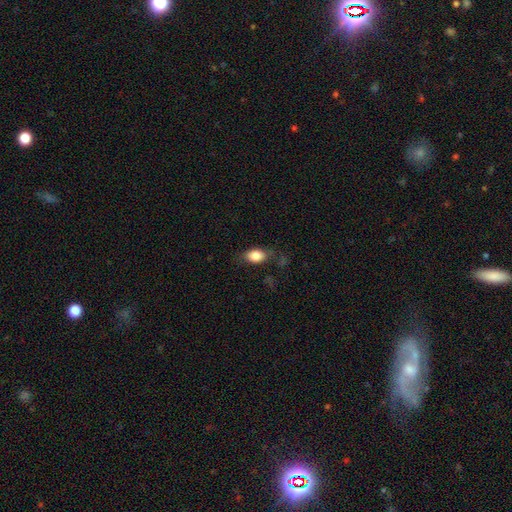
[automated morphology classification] Smooth or featured: smooth — 84% (featured or disk — 9%)
How rounded: in between — 85% (round — 13%)
Merging: none — 70% (minor disturbance — 20%)